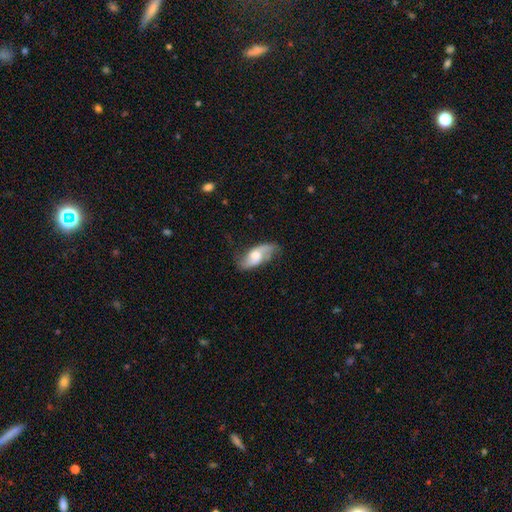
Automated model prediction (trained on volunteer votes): Smooth or featured? Predicted: featured or disk (p=0.57). Edge-on disk? Predicted: no (p=0.89). Bar? Predicted: no (p=0.58). Spiral arms? Predicted: yes (p=0.87). Bulge size? Predicted: moderate (p=0.52). Merging? Predicted: none (p=0.62).